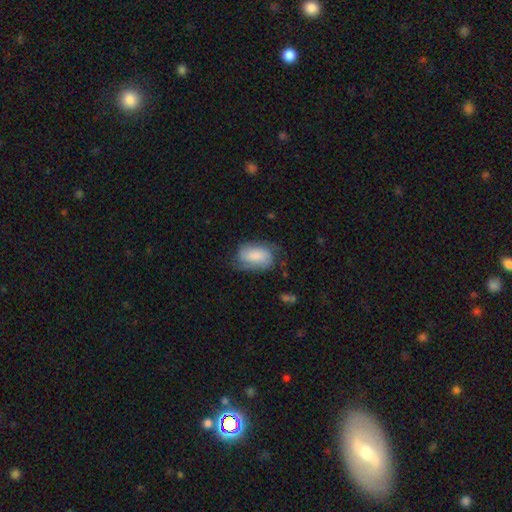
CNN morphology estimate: This is possibly a smooth galaxy (52%). How rounded: clearly in between (90%). Merging: possibly none (56%).